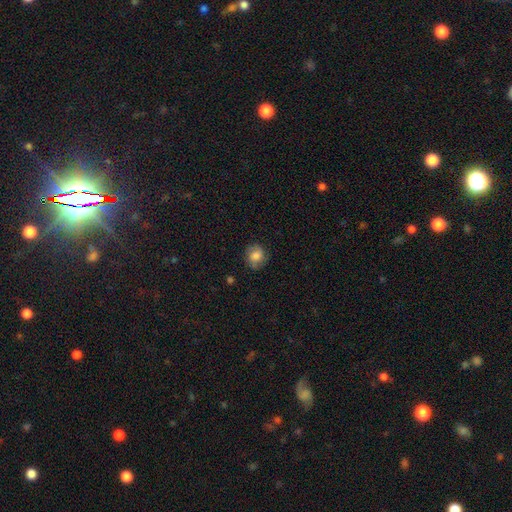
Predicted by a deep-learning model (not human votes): Overall: smooth (75%). How rounded: round (76%). Merging: none (75%).